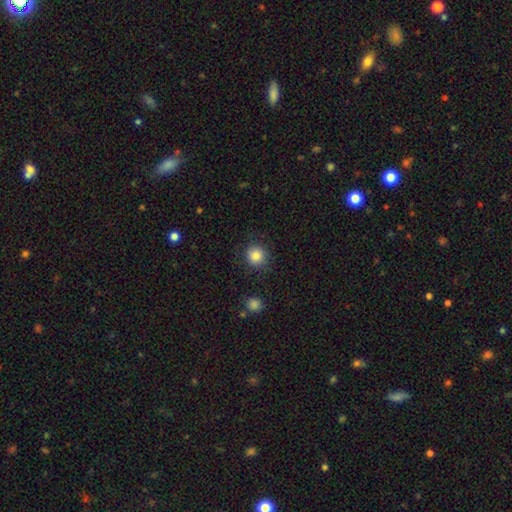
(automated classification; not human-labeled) smooth-or-featured: smooth: 84% | star or artifact: 10% | featured or disk: 6%
  how-rounded: round: 92% | in between: 7% | cigar-shaped: 1%
  merging: none: 87% | minor disturbance: 9% | major disturbance: 3% | merger: 2%